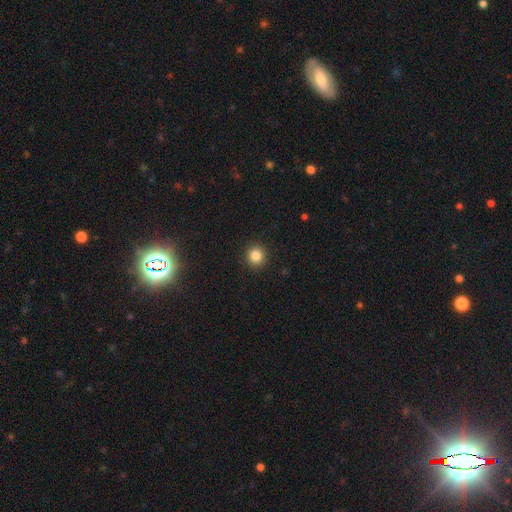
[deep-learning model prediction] smooth_or_featured: smooth (p=0.85) [alt: star or artifact p=0.11]
how_rounded: round (p=0.92) [alt: in between p=0.07]
merging: none (p=0.92) [alt: minor disturbance p=0.05]